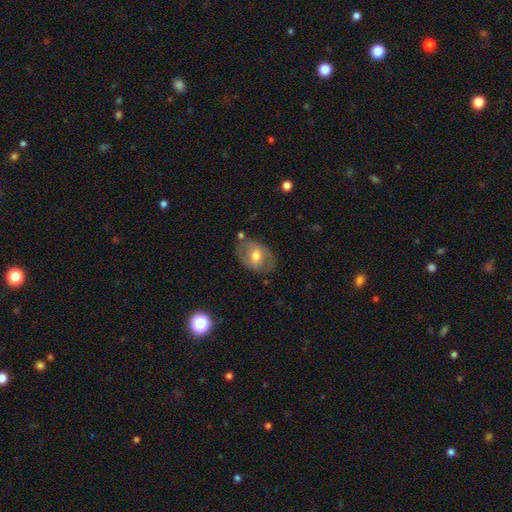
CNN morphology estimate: This appears to be a smooth galaxy with no disk features (50%). Merging: none (71%).